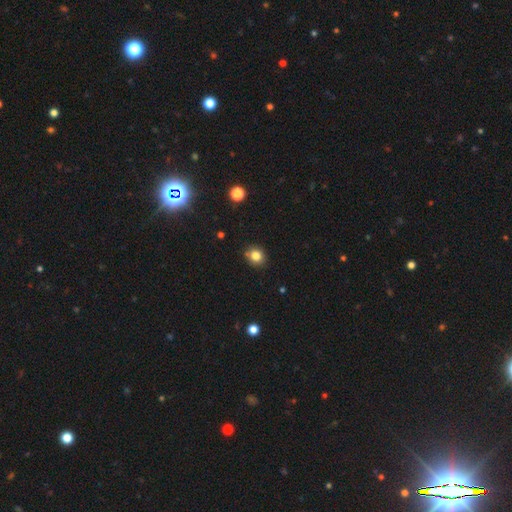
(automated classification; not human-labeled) Smooth or featured? Predicted: smooth (p=0.81). How rounded? Predicted: round (p=0.76). Merging? Predicted: none (p=0.83).